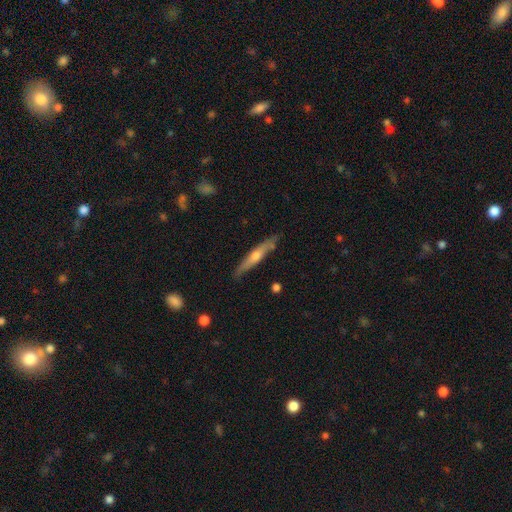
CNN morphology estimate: The model was most divided on "smooth or featured": featured or disk: 64%, smooth: 30%, star or artifact: 6%. More confident: edge-on disk — yes (94%); merging — none (85%); edge-on bulge — rounded (81%).